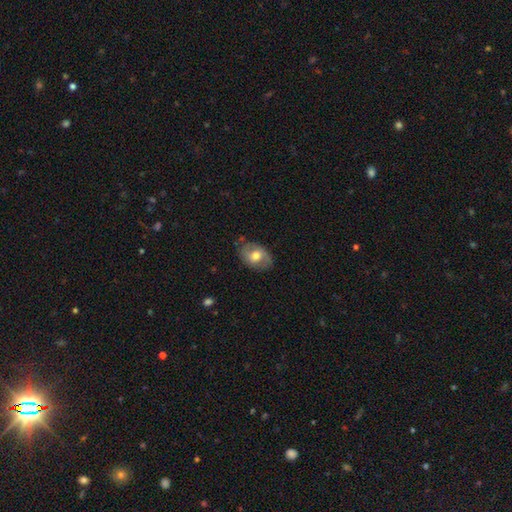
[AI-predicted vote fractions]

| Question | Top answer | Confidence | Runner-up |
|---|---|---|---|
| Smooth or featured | smooth | 51% | featured or disk (42%) |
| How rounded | in between | 73% | round (25%) |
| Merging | none | 75% | minor disturbance (19%) |